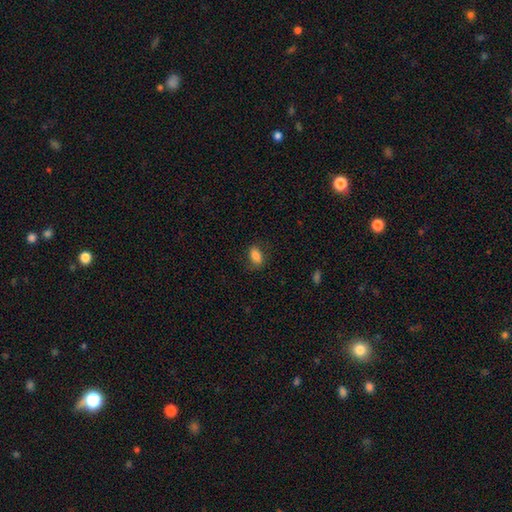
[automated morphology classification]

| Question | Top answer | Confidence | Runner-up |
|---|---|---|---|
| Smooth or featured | smooth | 84% | star or artifact (9%) |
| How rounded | in between | 87% | round (9%) |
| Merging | none | 80% | minor disturbance (15%) |